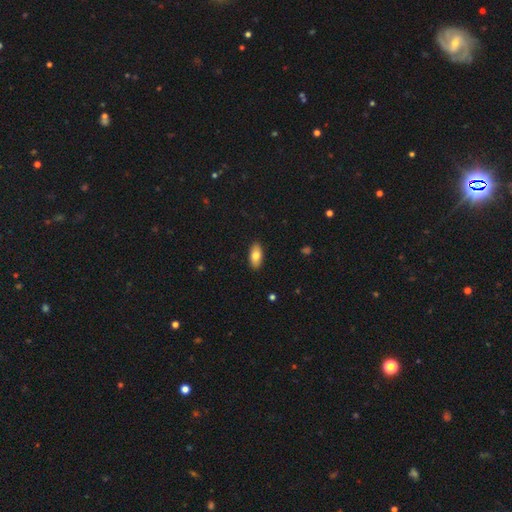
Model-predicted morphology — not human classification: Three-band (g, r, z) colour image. It shows a smooth galaxy with no disk features (77%) that is in between round and cigar-shaped (89%). Merging: none (90%).